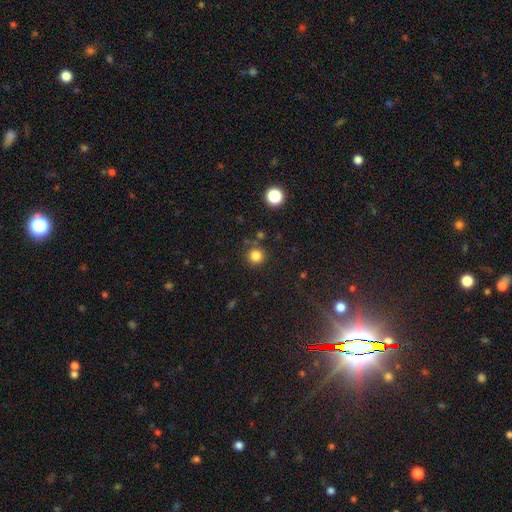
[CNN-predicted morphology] This is clearly a smooth galaxy (83%). How rounded: clearly round (94%). Merging: clearly none (85%).